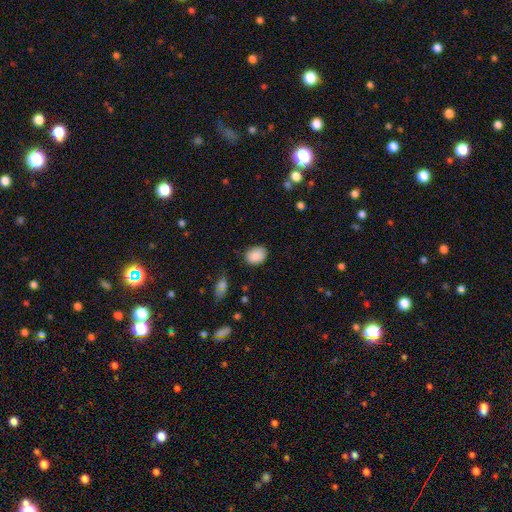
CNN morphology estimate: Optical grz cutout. It shows a smooth galaxy with no disk features (88%) that is in between round and cigar-shaped (58%). Merging: none (83%).